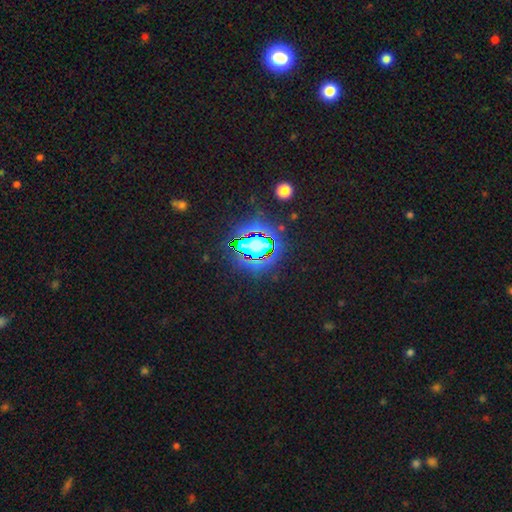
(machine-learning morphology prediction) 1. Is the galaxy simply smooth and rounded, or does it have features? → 84% star or artifact, 10% smooth, 6% featured or disk.